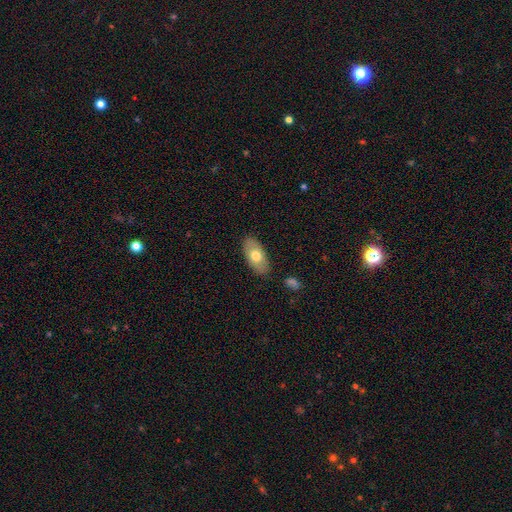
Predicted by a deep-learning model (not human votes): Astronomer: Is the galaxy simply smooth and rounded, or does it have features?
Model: smooth — 66%.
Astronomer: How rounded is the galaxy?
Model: in between — 93%.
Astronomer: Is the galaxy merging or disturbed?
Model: none — 85%.